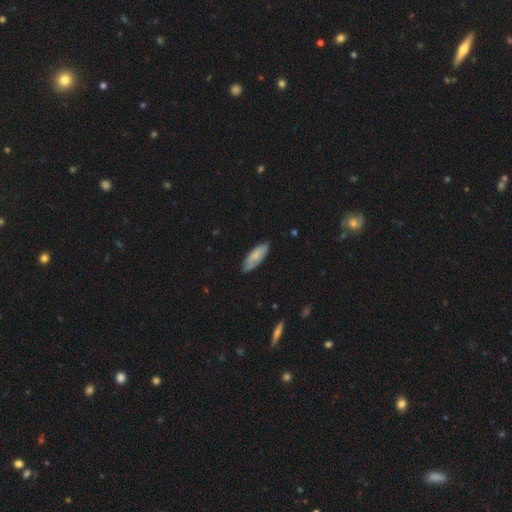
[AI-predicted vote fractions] A smooth galaxy with no disk features (74%) that is in between round and cigar-shaped (66%). Merging: none (80%).